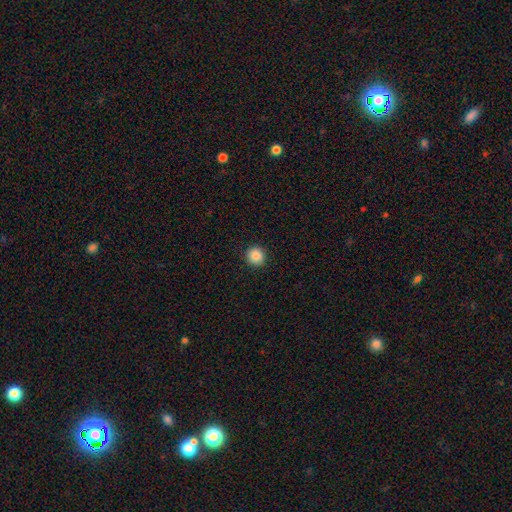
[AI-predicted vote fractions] Smooth or featured?
  - smooth: 87% *
  - star or artifact: 10%
  - featured or disk: 4%
How rounded?
  - round: 94% *
  - in between: 5%
  - cigar-shaped: 1%
Merging?
  - none: 93% *
  - minor disturbance: 5%
  - major disturbance: 2%
  - merger: 1%